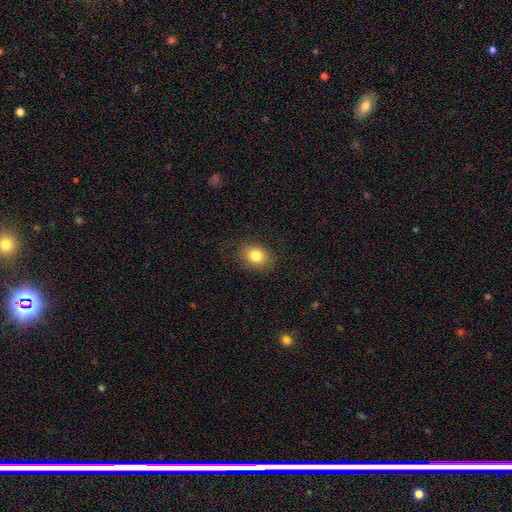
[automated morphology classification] This appears to be a smooth galaxy with no disk features (82%) that is in between round and cigar-shaped (61%). Merging: none (86%).